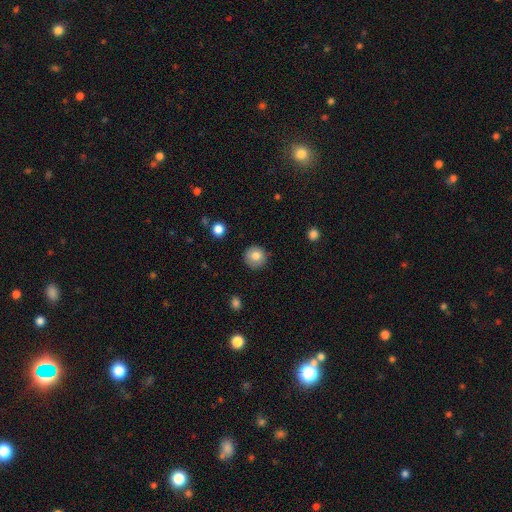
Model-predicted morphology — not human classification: Q: Smooth or featured?
A: smooth (81%); runner-up: featured or disk (10%)
Q: How rounded?
A: round (93%); runner-up: in between (6%)
Q: Merging?
A: none (87%); runner-up: minor disturbance (9%)